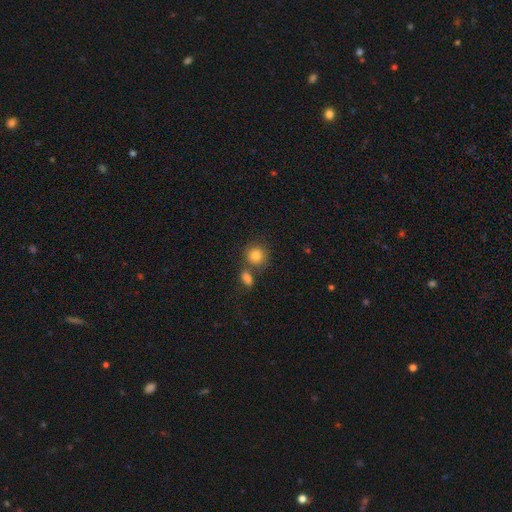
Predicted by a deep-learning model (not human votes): smooth 83%, star or artifact 9%, featured or disk 8%. Down the decision tree: how rounded — round (85%); merging — none (57%).